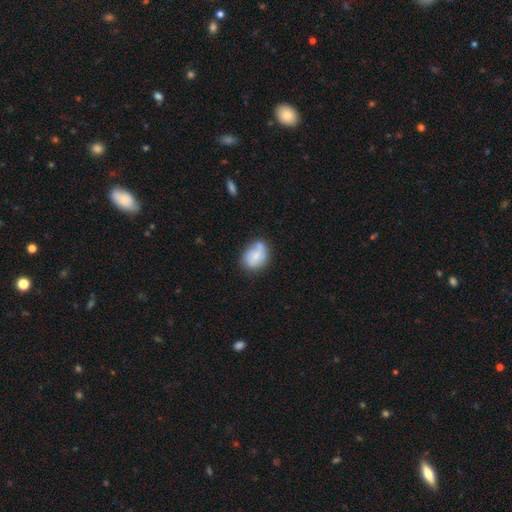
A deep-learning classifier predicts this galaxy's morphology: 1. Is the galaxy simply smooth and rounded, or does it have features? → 67% smooth, 26% featured or disk, 8% star or artifact.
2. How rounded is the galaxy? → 65% in between, 34% round, 1% cigar-shaped.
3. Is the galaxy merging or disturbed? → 50% none, 27% minor disturbance, 14% merger, 8% major disturbance.